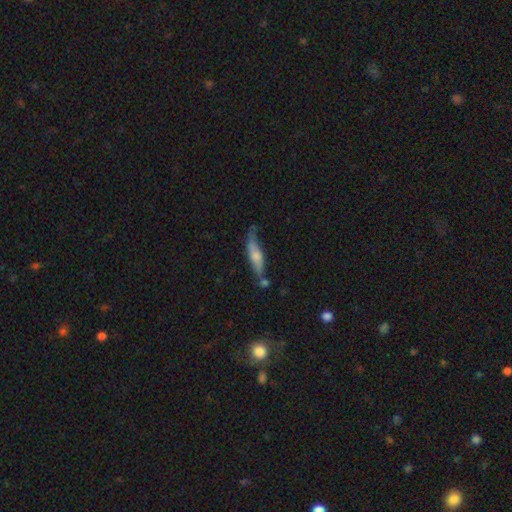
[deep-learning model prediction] Smooth or featured? Predicted: smooth (p=0.59). How rounded? Predicted: cigar-shaped (p=0.68). Merging? Predicted: none (p=0.48).